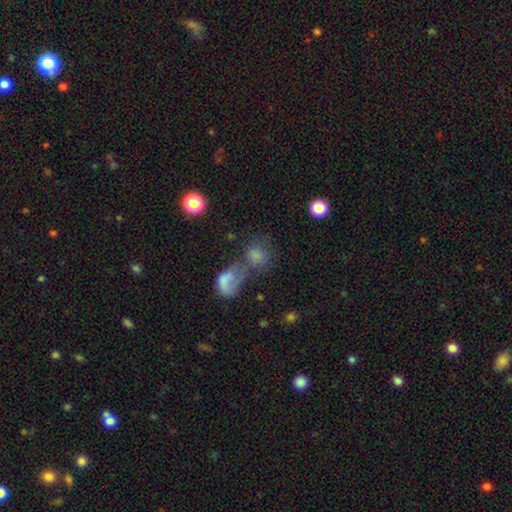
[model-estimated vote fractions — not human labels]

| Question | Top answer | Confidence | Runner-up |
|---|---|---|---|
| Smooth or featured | smooth | 66% | star or artifact (19%) |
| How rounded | round | 65% | in between (33%) |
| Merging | merger | 51% | none (30%) |